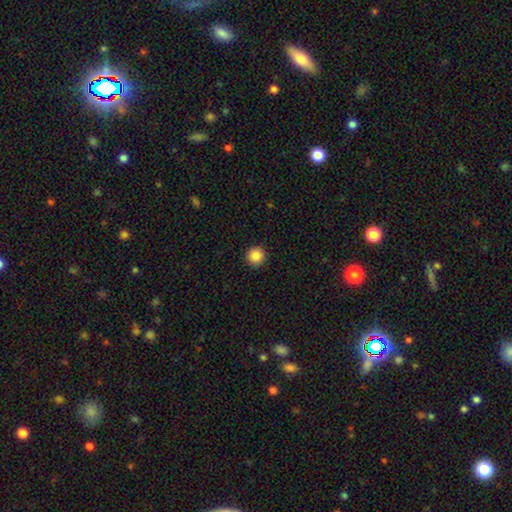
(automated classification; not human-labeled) This is clearly a smooth galaxy (86%). How rounded: clearly round (96%). Merging: clearly none (93%).